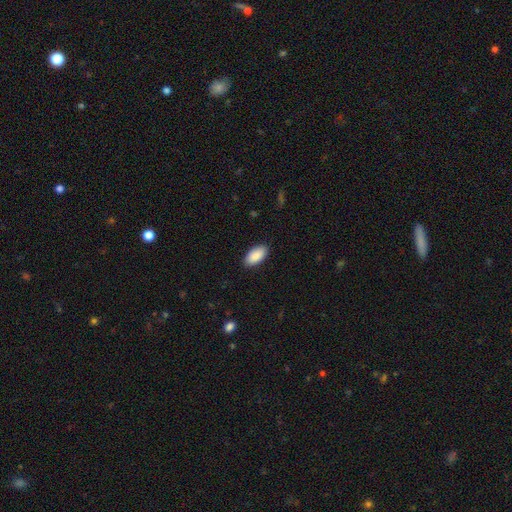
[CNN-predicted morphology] smooth 90%, star or artifact 6%, featured or disk 4%. Down the decision tree: how rounded — in between (95%); merging — none (89%).